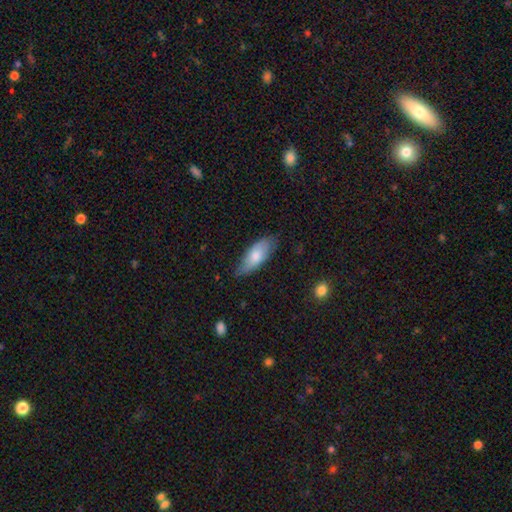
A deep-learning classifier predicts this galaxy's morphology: smooth_or_featured: smooth (p=0.72) [alt: featured or disk p=0.22]
how_rounded: in between (p=0.79) [alt: cigar-shaped p=0.19]
merging: none (p=0.72) [alt: minor disturbance p=0.23]